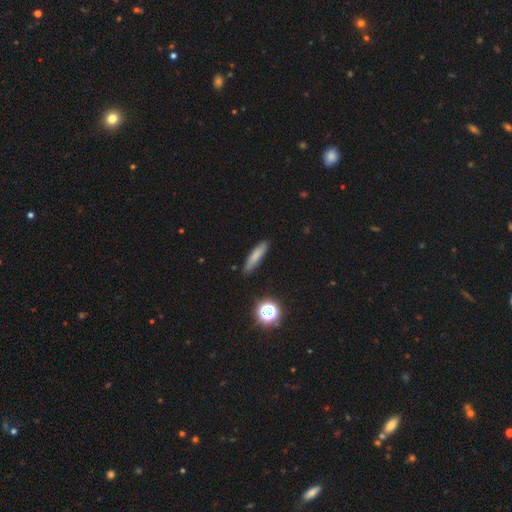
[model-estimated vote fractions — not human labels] Morphology: type=smooth (75%); roundness=cigar-shaped (79%); merging=none (85%).